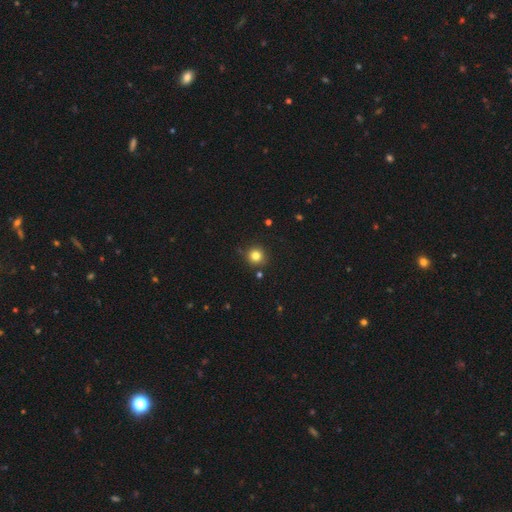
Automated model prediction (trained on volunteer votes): A smooth galaxy with no disk features (81%) that is round (94%).

Vote fractions:
- Smooth or featured? smooth: 81% / star or artifact: 13% / featured or disk: 6%
- How rounded? round: 94% / in between: 5% / cigar-shaped: 1%
- Merging? none: 87% / minor disturbance: 8% / merger: 3% / major disturbance: 2%